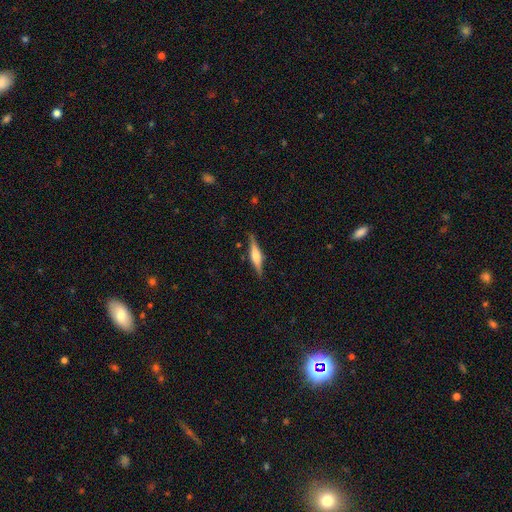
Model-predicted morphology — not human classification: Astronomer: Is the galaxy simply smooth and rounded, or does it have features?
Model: featured or disk — 62%.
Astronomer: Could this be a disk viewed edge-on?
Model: yes — 97%.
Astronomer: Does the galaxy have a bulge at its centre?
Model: rounded — 77%.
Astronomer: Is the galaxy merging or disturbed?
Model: none — 86%.